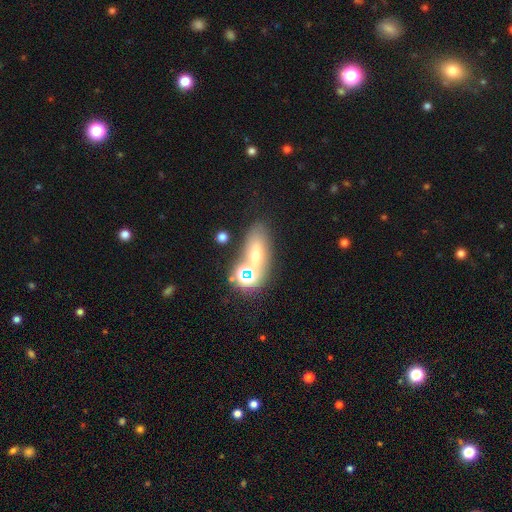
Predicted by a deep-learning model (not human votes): A smooth galaxy with no disk features (46%).

Vote fractions:
- Smooth or featured? smooth: 46% / star or artifact: 31% / featured or disk: 23%
- Merging? none: 51% / merger: 24% / minor disturbance: 15% / major disturbance: 10%